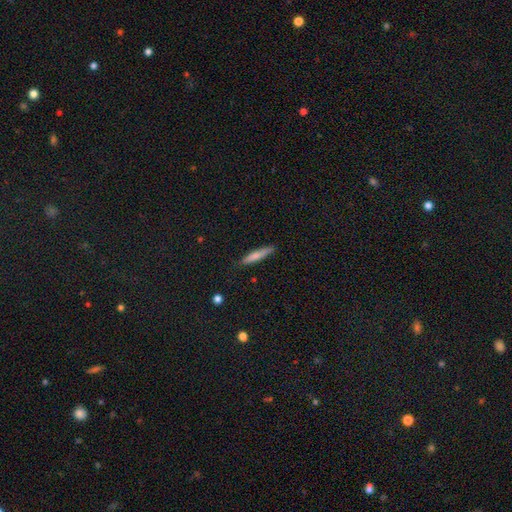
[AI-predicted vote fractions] Morphology: type=smooth (72%); roundness=cigar-shaped (91%); merging=none (85%).